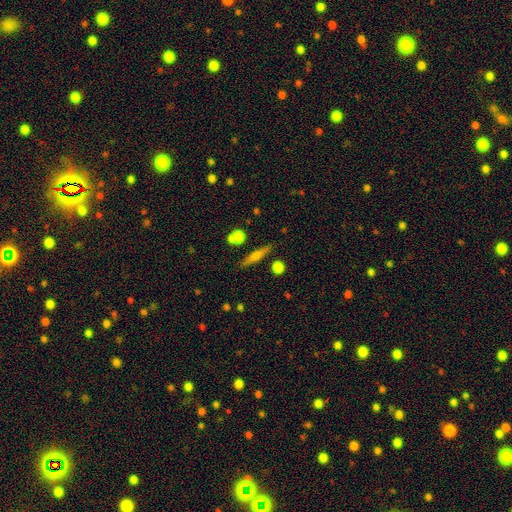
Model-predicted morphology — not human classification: smooth_or_featured: smooth (p=0.47) [alt: featured or disk p=0.45]
merging: none (p=0.79) [alt: minor disturbance p=0.11]